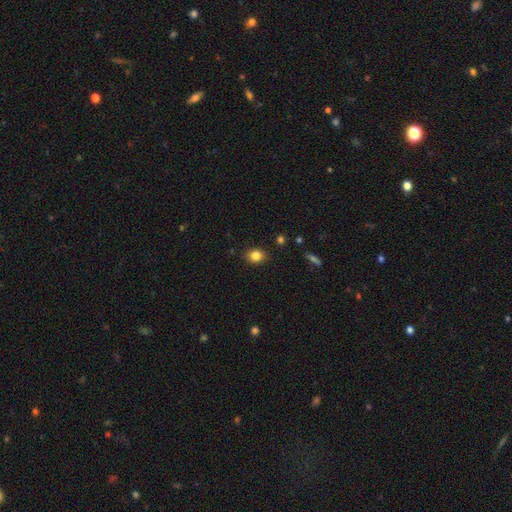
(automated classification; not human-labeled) Q: Smooth or featured?
A: smooth (83%); runner-up: star or artifact (11%)
Q: How rounded?
A: round (55%); runner-up: in between (44%)
Q: Merging?
A: none (87%); runner-up: minor disturbance (9%)